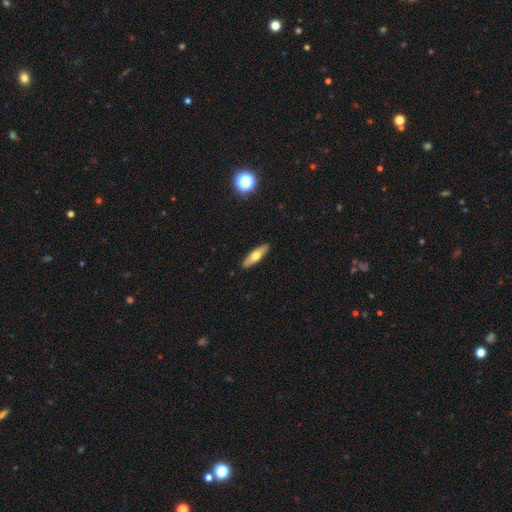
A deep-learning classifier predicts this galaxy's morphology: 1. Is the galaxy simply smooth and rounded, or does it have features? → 55% smooth, 38% featured or disk, 7% star or artifact.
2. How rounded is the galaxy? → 65% cigar-shaped, 33% in between, 3% round.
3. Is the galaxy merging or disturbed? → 90% none, 7% minor disturbance, 2% major disturbance, 1% merger.